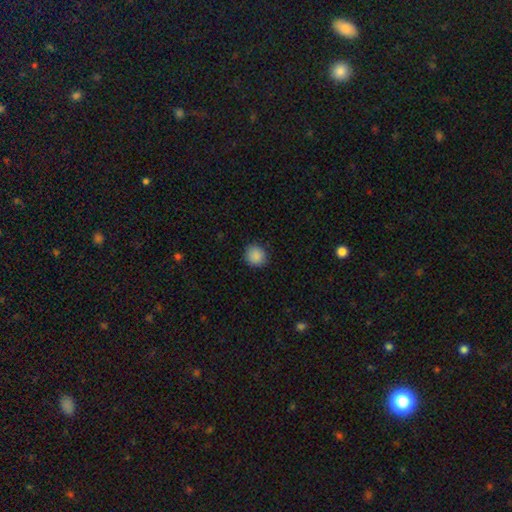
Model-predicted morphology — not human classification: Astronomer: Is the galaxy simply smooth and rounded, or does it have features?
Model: smooth — 89%.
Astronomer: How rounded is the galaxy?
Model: round — 86%.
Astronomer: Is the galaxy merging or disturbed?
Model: none — 89%.